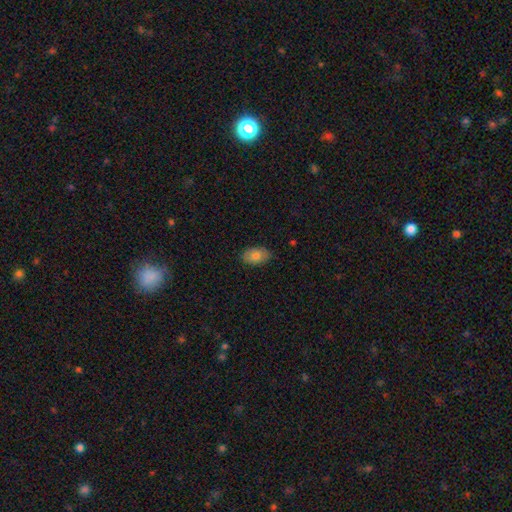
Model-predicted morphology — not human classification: smooth_or_featured: smooth (p=0.79) [alt: featured or disk p=0.13]
how_rounded: in between (p=0.91) [alt: round p=0.08]
merging: none (p=0.85) [alt: minor disturbance p=0.12]